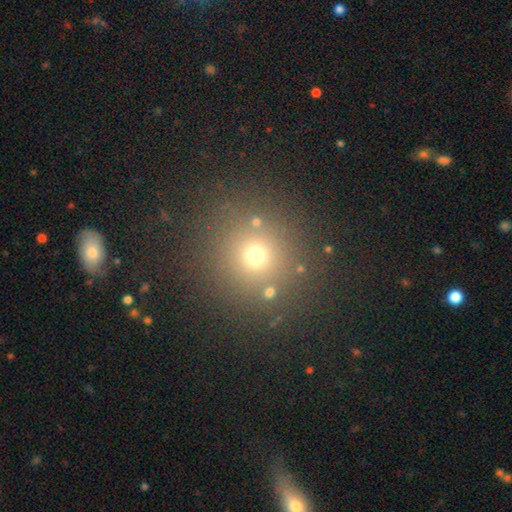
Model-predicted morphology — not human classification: A smooth galaxy with no disk features (66%) that is round (92%).

Vote fractions:
- Smooth or featured? smooth: 66% / star or artifact: 25% / featured or disk: 9%
- How rounded? round: 92% / in between: 7% / cigar-shaped: 1%
- Merging? none: 83% / minor disturbance: 8% / merger: 5% / major disturbance: 4%